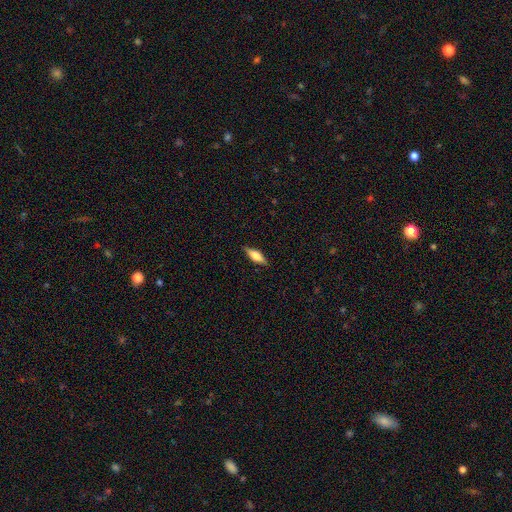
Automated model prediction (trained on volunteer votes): This is possibly a smooth galaxy (53%). How rounded: possibly in between (52%). Merging: clearly none (87%).